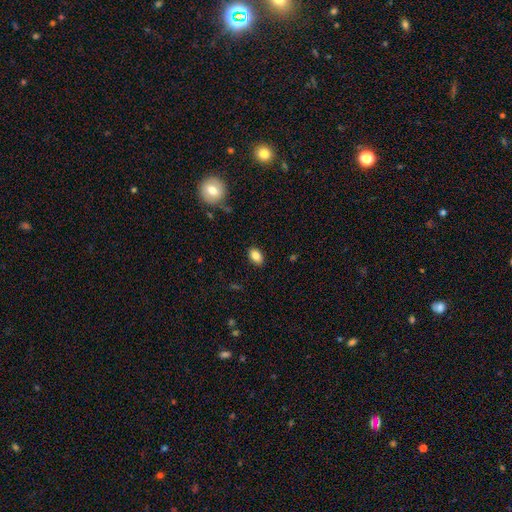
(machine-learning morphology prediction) Overall: smooth (85%). How rounded: in between (84%). Merging: none (87%).